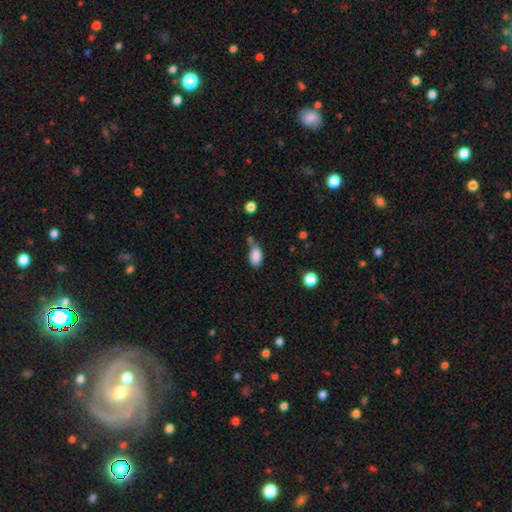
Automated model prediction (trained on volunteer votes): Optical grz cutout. It shows a smooth galaxy with no disk features (85%) that is in between round and cigar-shaped (91%). Merging: none (44%).